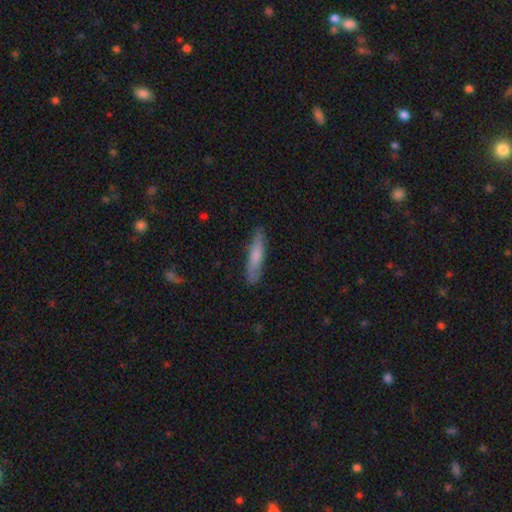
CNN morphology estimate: Smooth or featured: smooth — 70% (featured or disk — 25%)
How rounded: cigar-shaped — 85% (in between — 13%)
Merging: none — 84% (minor disturbance — 13%)